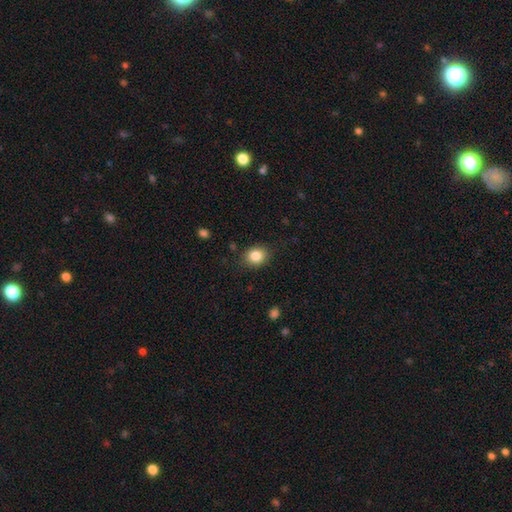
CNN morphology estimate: Smooth or featured? Predicted: smooth (p=0.84). How rounded? Predicted: round (p=0.65). Merging? Predicted: none (p=0.82).